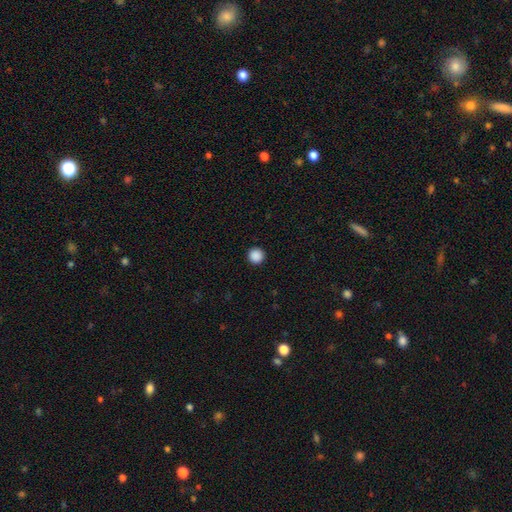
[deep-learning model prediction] Smooth or featured? Predicted: smooth (p=0.89). How rounded? Predicted: round (p=0.96). Merging? Predicted: none (p=0.94).